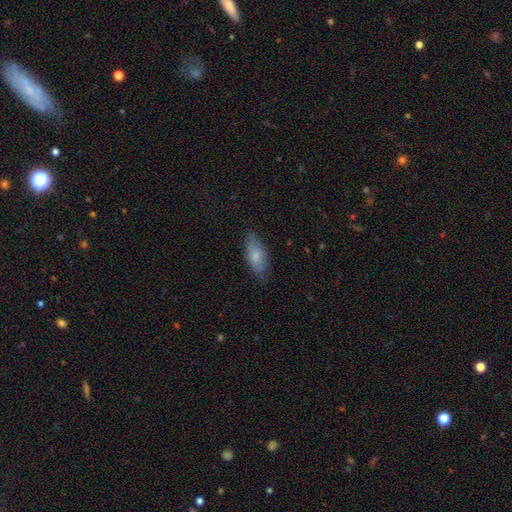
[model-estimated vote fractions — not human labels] A smooth galaxy with no disk features (78%) that is in between round and cigar-shaped (85%).

Vote fractions:
- Smooth or featured? smooth: 78% / featured or disk: 16% / star or artifact: 6%
- How rounded? in between: 85% / cigar-shaped: 13% / round: 3%
- Merging? none: 76% / minor disturbance: 19% / major disturbance: 4% / merger: 1%